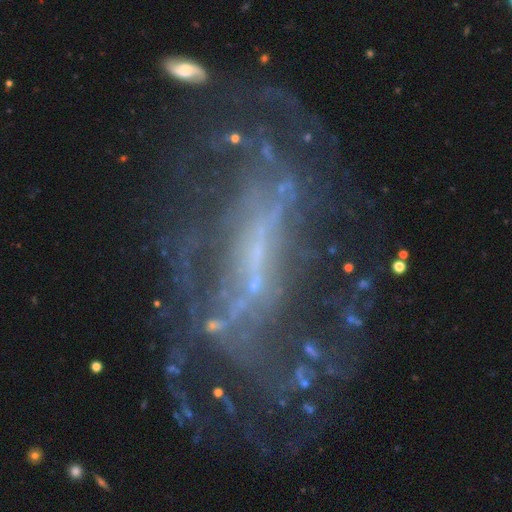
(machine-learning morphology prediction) This appears to be a featured or disk galaxy (80%) with a strong bar (43%), medium (35%) spiral arms (74%) and a small central bulge (45%). Merging: none (55%).